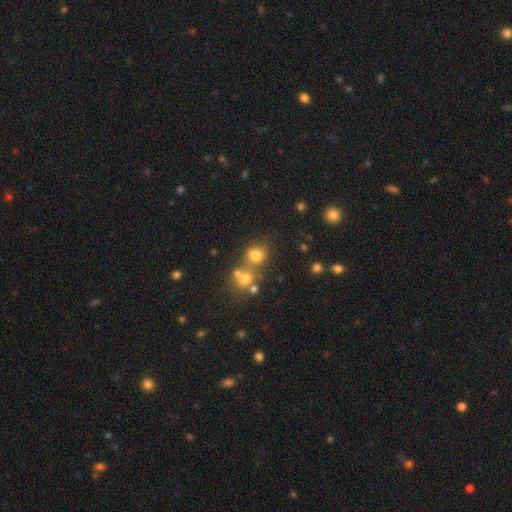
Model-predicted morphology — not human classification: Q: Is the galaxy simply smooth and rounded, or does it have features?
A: smooth — 65%.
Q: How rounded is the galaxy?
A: round — 65%.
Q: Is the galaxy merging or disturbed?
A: none — 46%.